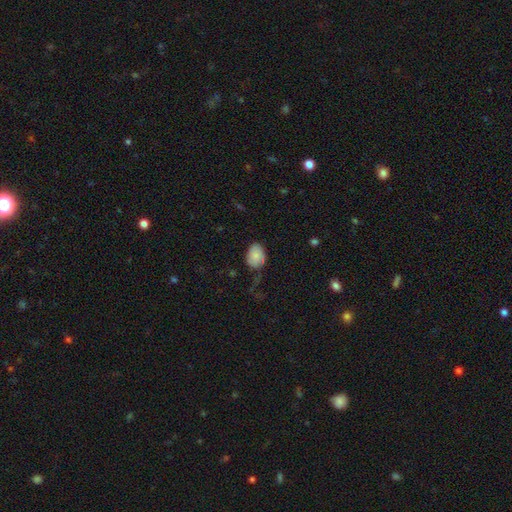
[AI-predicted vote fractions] Morphology: type=smooth (82%); roundness=in between (75%); merging=none (61%).